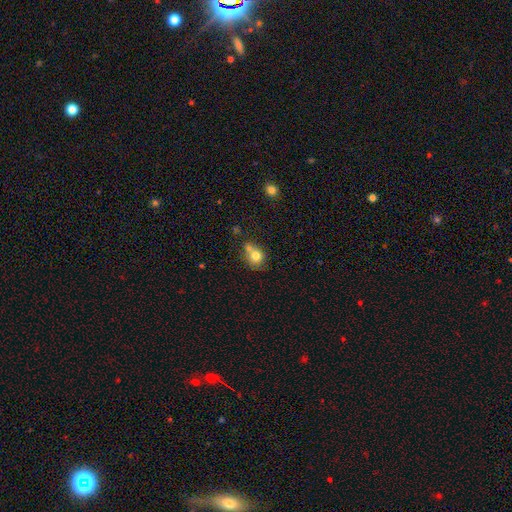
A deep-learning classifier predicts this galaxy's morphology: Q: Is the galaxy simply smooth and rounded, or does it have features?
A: smooth — 75%.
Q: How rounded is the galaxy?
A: round — 68%.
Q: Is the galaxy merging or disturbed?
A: none — 42%.